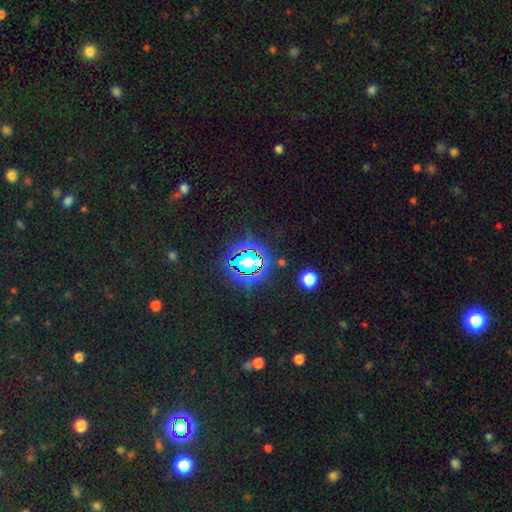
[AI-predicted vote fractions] smooth_or_featured: star or artifact (p=0.70) [alt: smooth p=0.20]